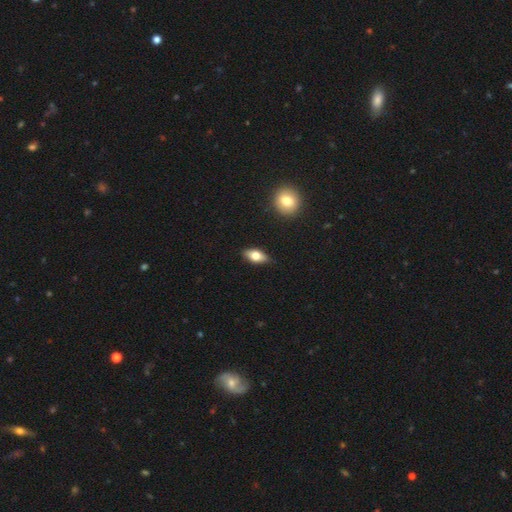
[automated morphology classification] A smooth galaxy with no disk features (67%) that is in between round and cigar-shaped (83%).

Vote fractions:
- Smooth or featured? smooth: 67% / featured or disk: 25% / star or artifact: 7%
- How rounded? in between: 83% / cigar-shaped: 11% / round: 6%
- Merging? none: 85% / minor disturbance: 11% / major disturbance: 2% / merger: 1%